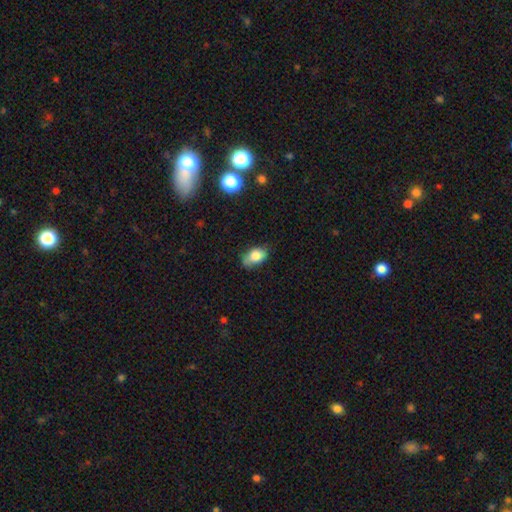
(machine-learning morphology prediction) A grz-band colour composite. It shows a smooth galaxy with no disk features (82%) that is in between round and cigar-shaped (86%). Merging: none (57%).